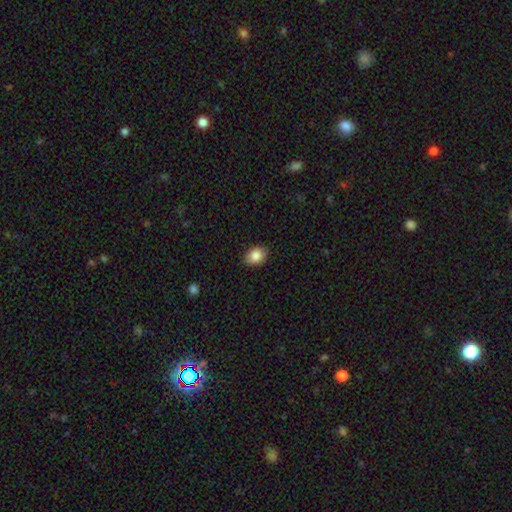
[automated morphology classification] The model was most divided on "how rounded": in between: 65%, round: 34%, cigar-shaped: 1%. More confident: merging — none (88%); smooth or featured — smooth (86%).